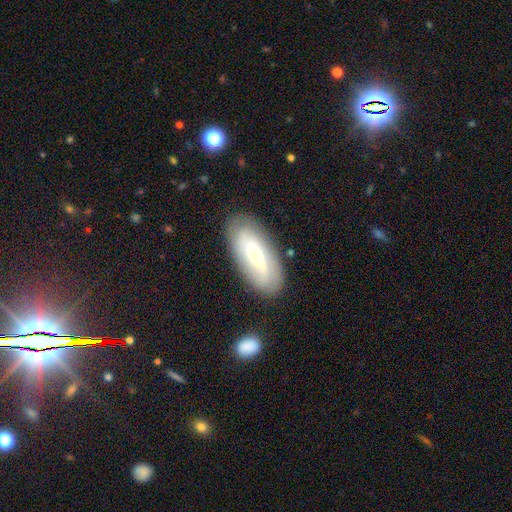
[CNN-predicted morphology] Smooth or featured?
  - featured or disk: 54% *
  - smooth: 39%
  - star or artifact: 7%
Edge-on disk?
  - no: 80% *
  - yes: 20%
Merging?
  - none: 82% *
  - minor disturbance: 12%
  - major disturbance: 4%
  - merger: 2%